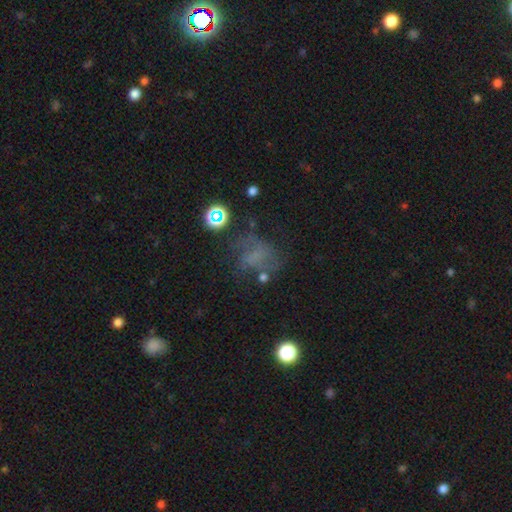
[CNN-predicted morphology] The model was most divided on "smooth or featured": smooth: 39%, featured or disk: 34%, star or artifact: 27%. Remaining: merging — none (47%).